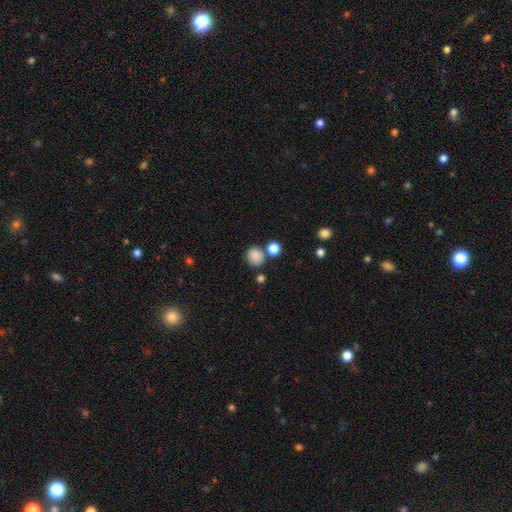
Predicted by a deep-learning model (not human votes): Morphology: type=smooth (84%); roundness=round (81%); merging=none (70%).